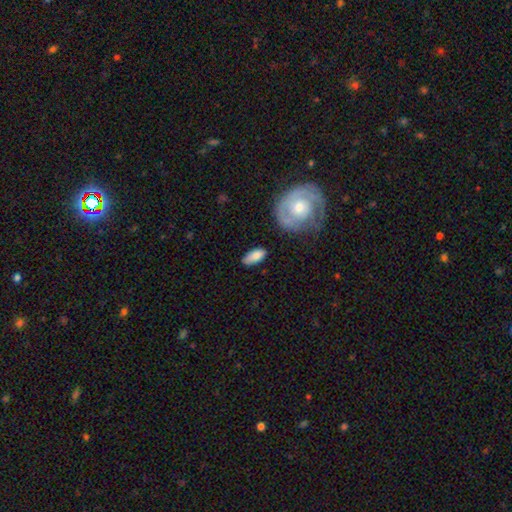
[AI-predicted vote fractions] smooth 81%, featured or disk 13%, star or artifact 6%. Down the decision tree: how rounded — in between (87%); merging — none (78%).